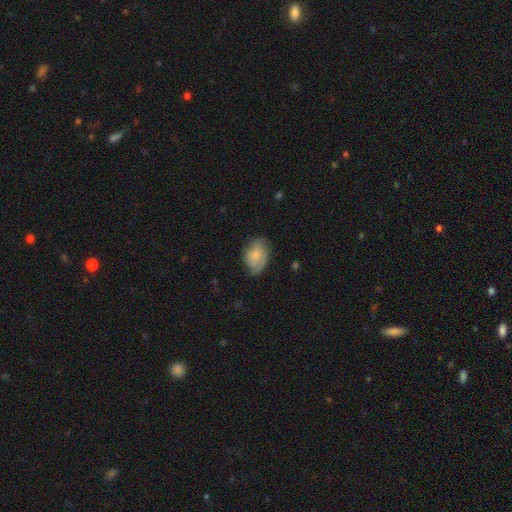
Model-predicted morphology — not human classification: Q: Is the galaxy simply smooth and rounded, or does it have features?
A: smooth — 73%.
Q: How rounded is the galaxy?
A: in between — 83%.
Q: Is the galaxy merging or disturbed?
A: none — 58%.